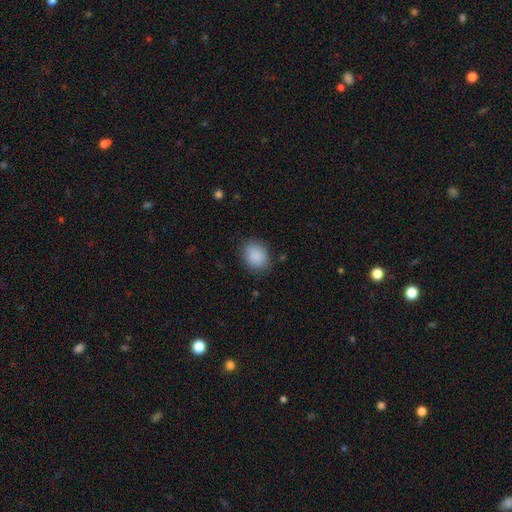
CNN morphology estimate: Smooth or featured? smooth (88%)
How rounded? round (56%)
Merging? none (82%)